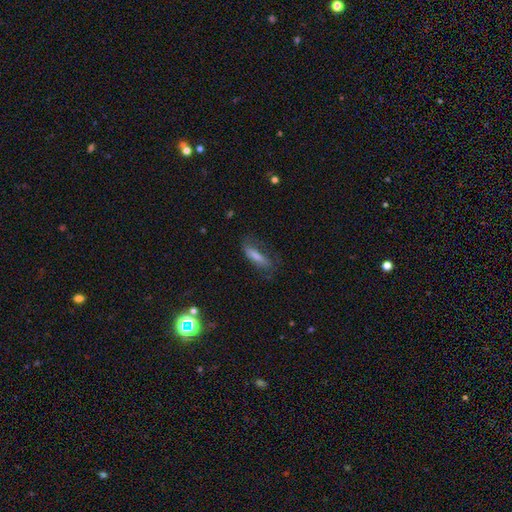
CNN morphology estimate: smooth_or_featured: smooth (p=0.54) [alt: featured or disk p=0.30]
how_rounded: cigar-shaped (p=0.62) [alt: in between p=0.35]
merging: none (p=0.62) [alt: minor disturbance p=0.23]